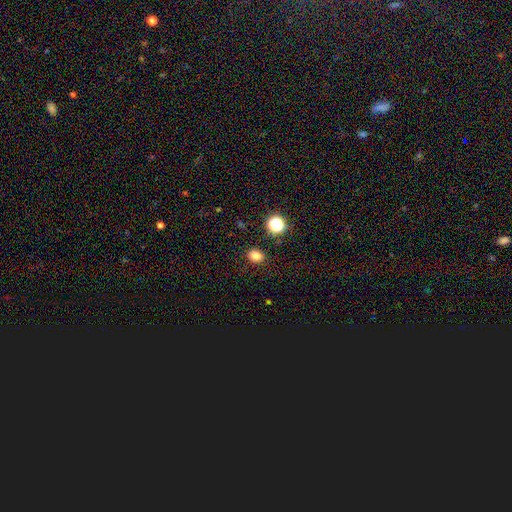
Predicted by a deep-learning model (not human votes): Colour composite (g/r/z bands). It shows a smooth galaxy with no disk features (81%) that is in between round and cigar-shaped (56%). Merging: none (86%).